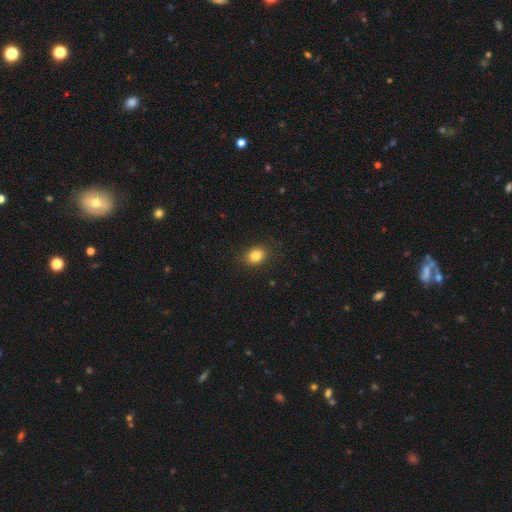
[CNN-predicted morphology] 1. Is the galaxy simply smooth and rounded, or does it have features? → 83% smooth, 11% star or artifact, 6% featured or disk.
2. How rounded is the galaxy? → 54% in between, 45% round, 1% cigar-shaped.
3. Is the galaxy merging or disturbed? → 87% none, 9% minor disturbance, 3% major disturbance, 1% merger.